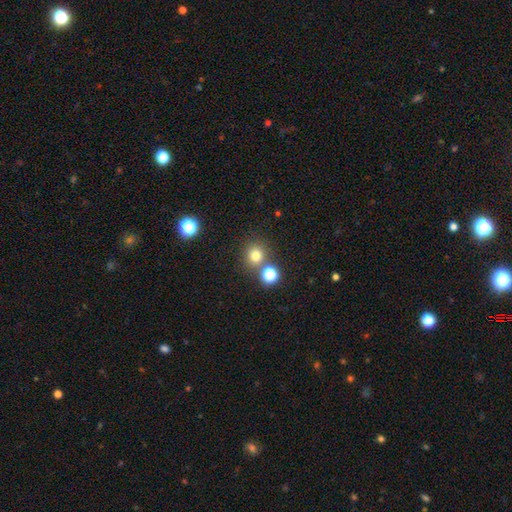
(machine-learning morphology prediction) Q: Smooth or featured?
A: smooth (75%); runner-up: star or artifact (18%)
Q: How rounded?
A: round (90%); runner-up: in between (9%)
Q: Merging?
A: none (74%); runner-up: merger (15%)